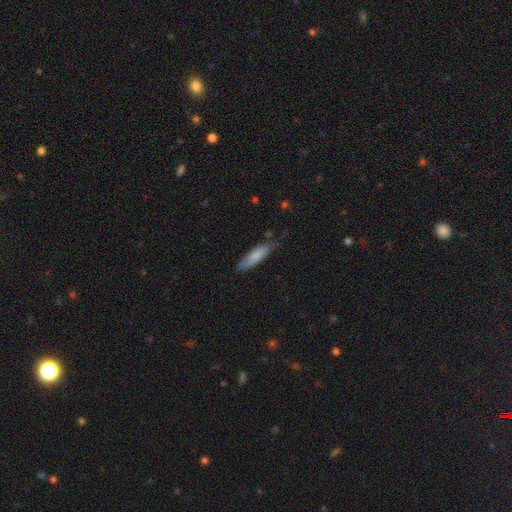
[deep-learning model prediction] This appears to be a smooth galaxy with no disk features (80%) that is cigar-shaped (64%). Merging: none (71%).